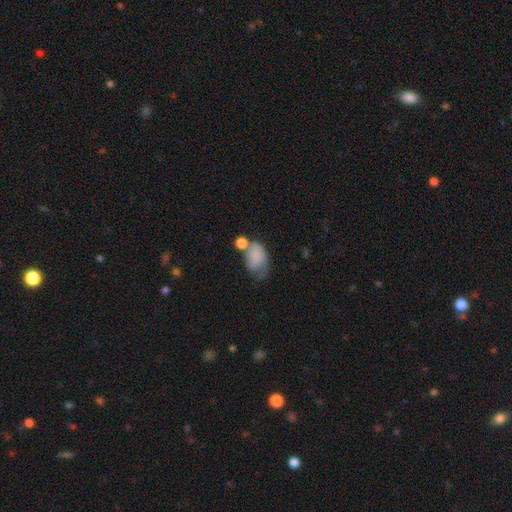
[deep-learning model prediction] smooth-or-featured: smooth: 75% | featured or disk: 16% | star or artifact: 9%
  how-rounded: in between: 85% | round: 14% | cigar-shaped: 1%
  merging: minor disturbance: 27% | none: 26% | major disturbance: 24% | merger: 23%